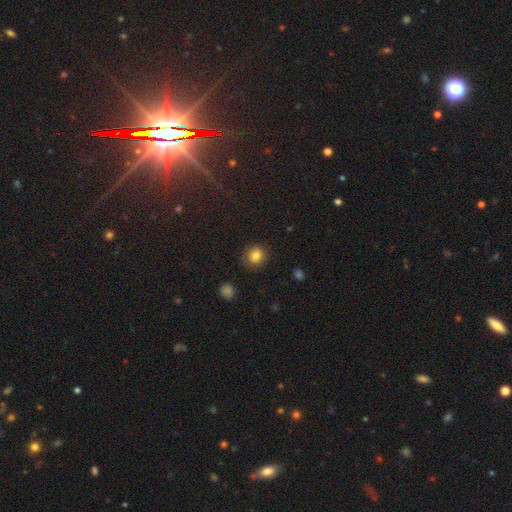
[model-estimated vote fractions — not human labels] This is clearly a smooth galaxy (83%). How rounded: likely round (79%). Merging: clearly none (84%).